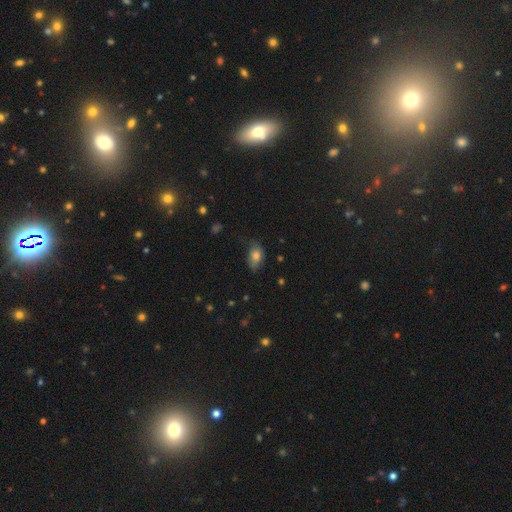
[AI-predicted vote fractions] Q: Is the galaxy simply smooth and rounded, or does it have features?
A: smooth — 75%.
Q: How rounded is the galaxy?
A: in between — 86%.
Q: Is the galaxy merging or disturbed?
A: none — 51%.